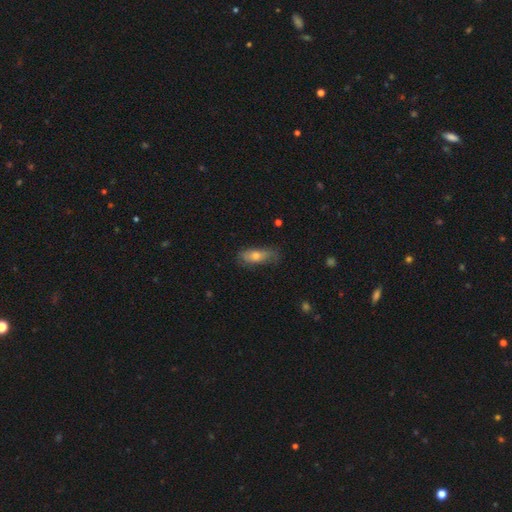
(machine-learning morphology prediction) smooth-or-featured: smooth: 60% | featured or disk: 31% | star or artifact: 9%
  how-rounded: in between: 60% | cigar-shaped: 37% | round: 4%
  merging: none: 64% | minor disturbance: 27% | major disturbance: 7% | merger: 2%